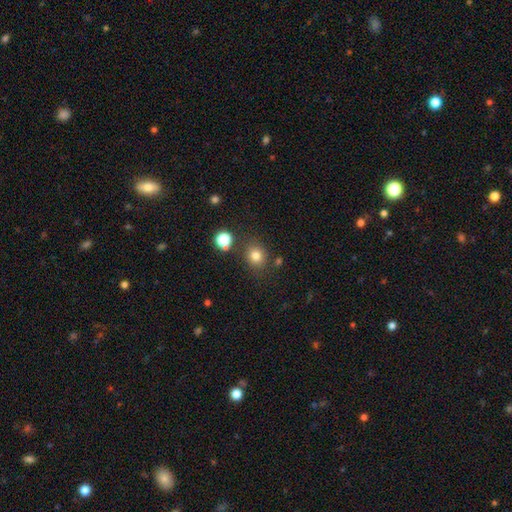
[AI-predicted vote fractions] Smooth or featured? smooth (79%)
How rounded? round (78%)
Merging? none (79%)